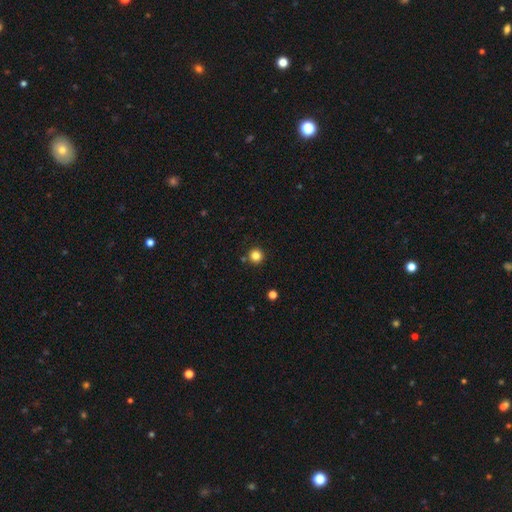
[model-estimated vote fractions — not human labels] Overall: smooth (83%). How rounded: round (95%). Merging: none (88%).